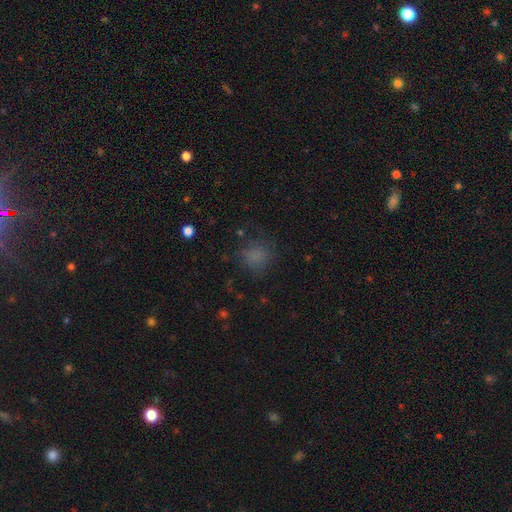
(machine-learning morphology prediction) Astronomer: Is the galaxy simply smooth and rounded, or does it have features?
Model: smooth — 74%.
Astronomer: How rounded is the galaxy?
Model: round — 74%.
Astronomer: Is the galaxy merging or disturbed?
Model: none — 70%.